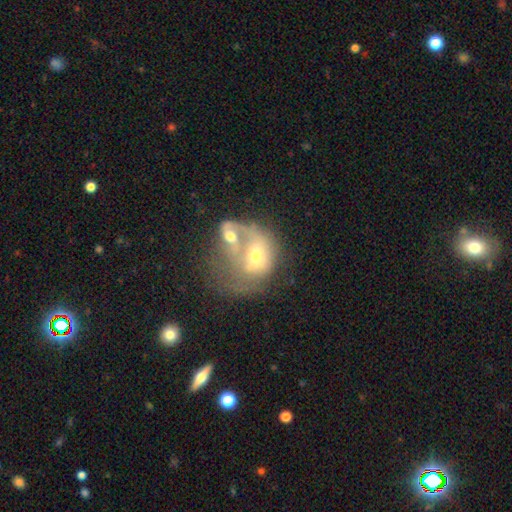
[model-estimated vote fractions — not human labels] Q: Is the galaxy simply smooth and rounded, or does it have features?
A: featured or disk — 51%.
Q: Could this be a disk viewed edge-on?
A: no — 95%.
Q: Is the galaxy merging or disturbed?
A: merger — 66%.